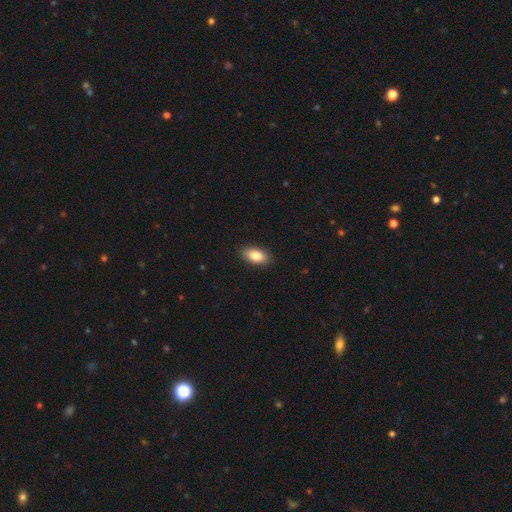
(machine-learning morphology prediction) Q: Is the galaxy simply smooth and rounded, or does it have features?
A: smooth — 84%.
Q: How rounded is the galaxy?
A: in between — 91%.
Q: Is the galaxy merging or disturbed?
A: none — 89%.